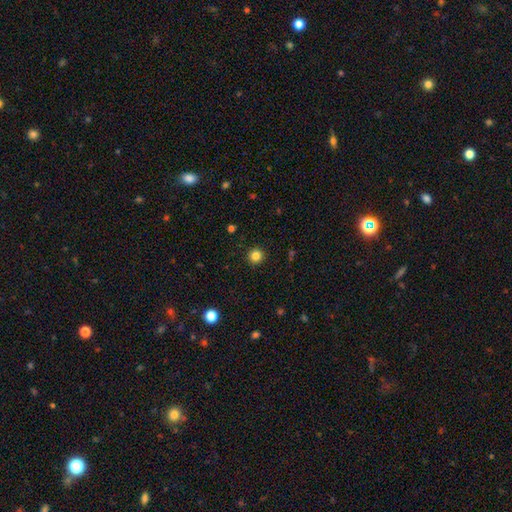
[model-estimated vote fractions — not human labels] This is clearly a smooth galaxy (84%). How rounded: clearly round (95%). Merging: clearly none (93%).